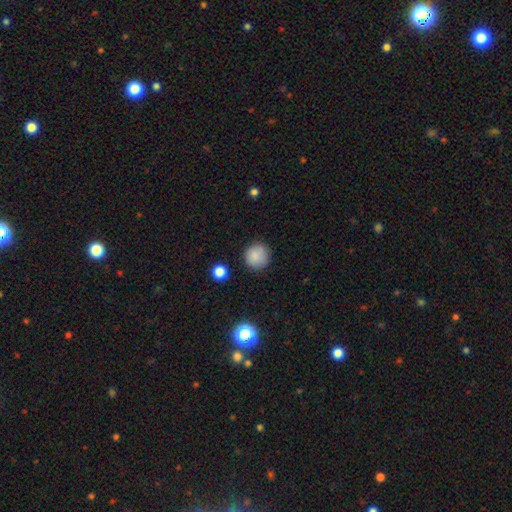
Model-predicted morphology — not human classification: type=smooth (85%); roundness=round (94%); merging=none (86%).